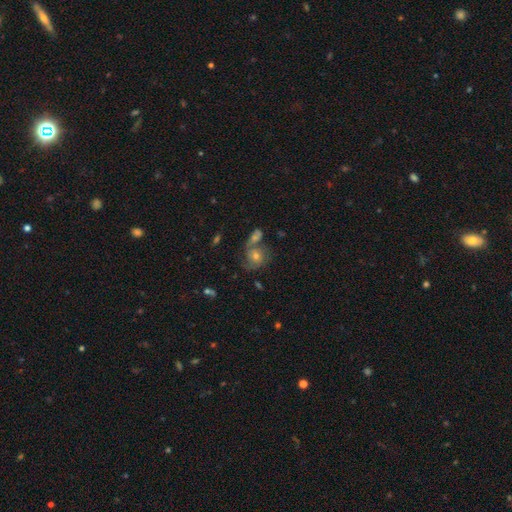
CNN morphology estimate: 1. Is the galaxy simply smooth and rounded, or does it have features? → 59% featured or disk, 25% smooth, 15% star or artifact.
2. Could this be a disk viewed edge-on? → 97% no, 3% yes.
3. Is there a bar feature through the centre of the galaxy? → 75% no, 21% weak, 4% strong.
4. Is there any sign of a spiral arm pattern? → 84% yes, 16% no.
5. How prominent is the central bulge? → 60% moderate, 32% small, 5% large, 3% none, 2% dominant.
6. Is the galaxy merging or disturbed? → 50% none, 27% merger, 14% minor disturbance, 9% major disturbance.